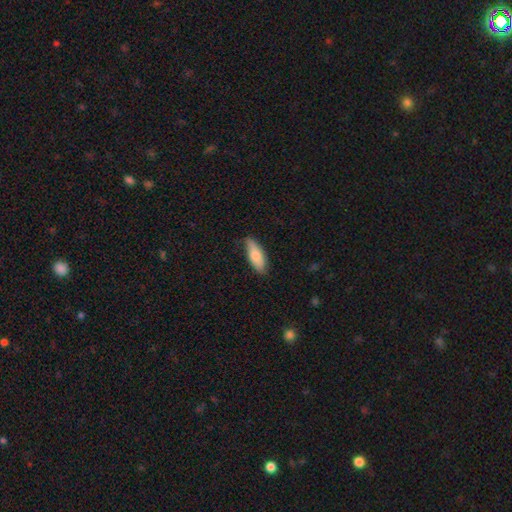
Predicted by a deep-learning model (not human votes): A smooth galaxy with no disk features (77%) that is in between round and cigar-shaped (72%).

Vote fractions:
- Smooth or featured? smooth: 77% / featured or disk: 17% / star or artifact: 6%
- How rounded? in between: 72% / cigar-shaped: 26% / round: 2%
- Merging? none: 65% / minor disturbance: 28% / major disturbance: 5% / merger: 2%